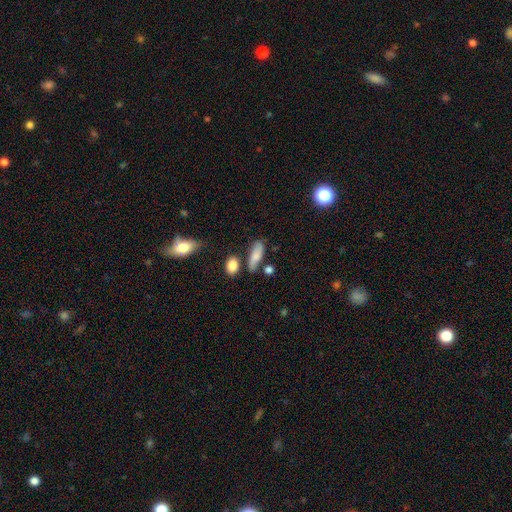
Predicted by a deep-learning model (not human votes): smooth 73%, featured or disk 18%, star or artifact 9%. Down the decision tree: how rounded — in between (64%); merging — none (61%).